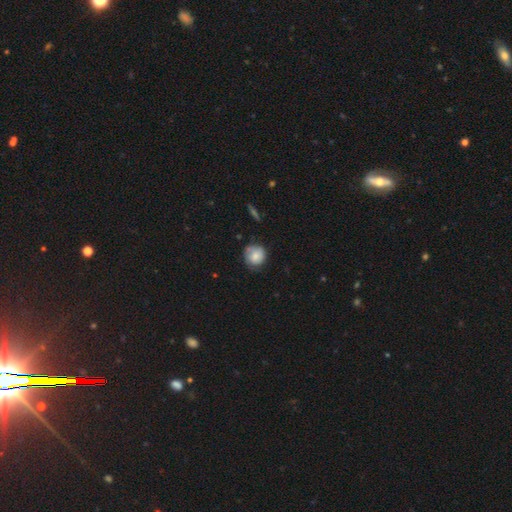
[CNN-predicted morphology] Smooth or featured?
  - smooth: 72% *
  - featured or disk: 21%
  - star or artifact: 7%
How rounded?
  - round: 86% *
  - in between: 13%
  - cigar-shaped: 1%
Merging?
  - none: 68% *
  - minor disturbance: 24%
  - major disturbance: 6%
  - merger: 2%